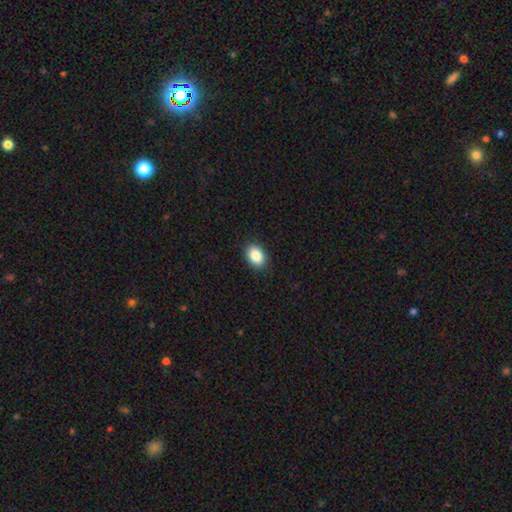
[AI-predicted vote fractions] A smooth galaxy with no disk features (88%) that is in between round and cigar-shaped (82%). Merging: none (90%).